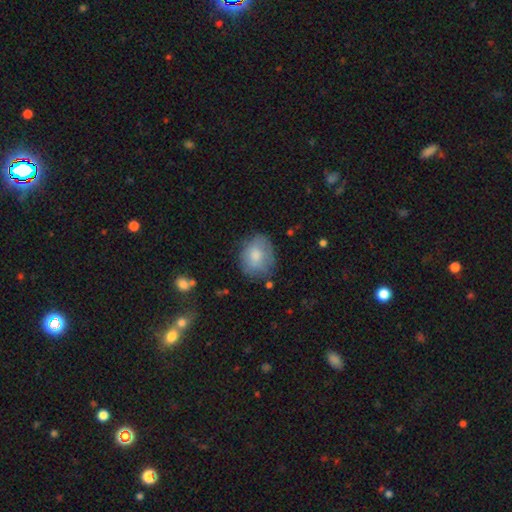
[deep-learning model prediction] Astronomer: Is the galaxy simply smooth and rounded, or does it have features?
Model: smooth — 74%.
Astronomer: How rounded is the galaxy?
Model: in between — 50% (runner-up: round, 49%).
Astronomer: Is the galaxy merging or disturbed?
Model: none — 64%.